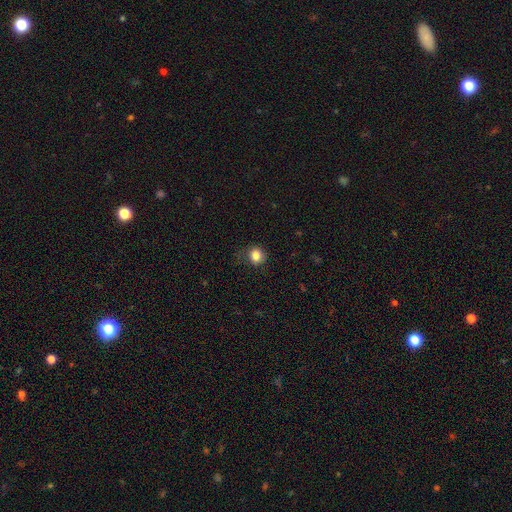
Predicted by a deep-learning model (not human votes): Smooth or featured? Predicted: smooth (p=0.84). How rounded? Predicted: round (p=0.79). Merging? Predicted: none (p=0.76).